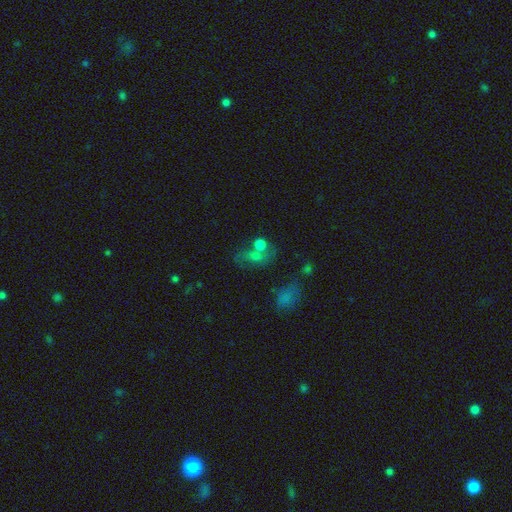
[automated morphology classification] Overall: smooth (57%; featured or disk 24%). How rounded: in between (51%; round 46%). Merging: none (39%; merger 38%).